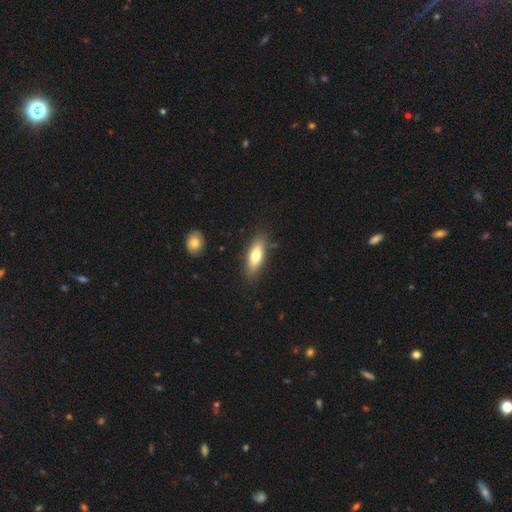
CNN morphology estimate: This is likely a smooth galaxy (69%). How rounded: possibly in between (60%). Merging: clearly none (84%).